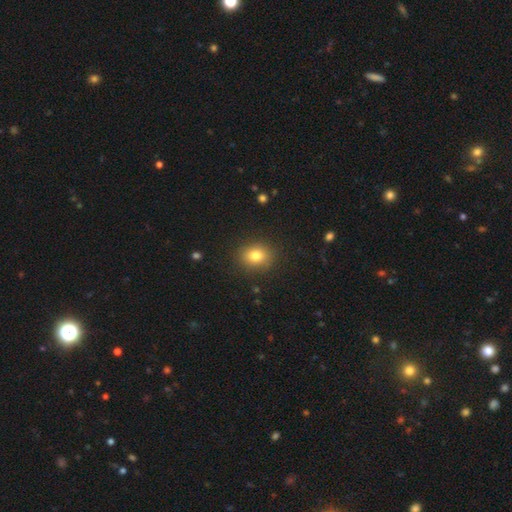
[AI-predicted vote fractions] This appears to be a smooth galaxy with no disk features (80%) that is round (65%). Merging: none (88%).